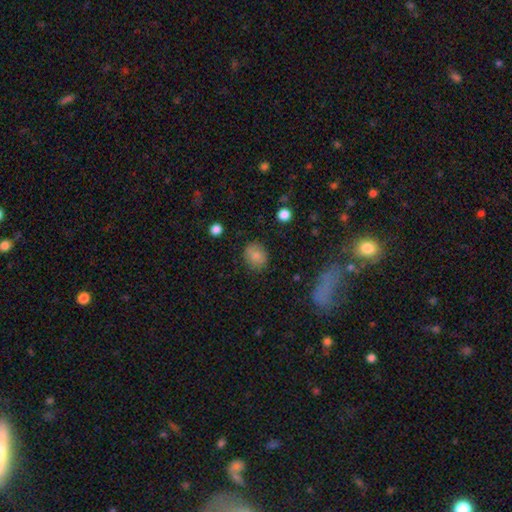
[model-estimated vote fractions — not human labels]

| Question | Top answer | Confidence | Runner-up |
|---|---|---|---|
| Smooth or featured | smooth | 82% | star or artifact (10%) |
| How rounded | round | 65% | in between (34%) |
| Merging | none | 82% | minor disturbance (12%) |